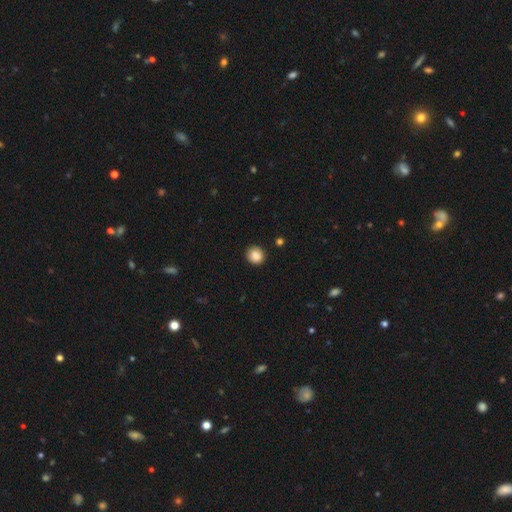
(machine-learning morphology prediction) smooth 87%, star or artifact 9%, featured or disk 4%. Down the decision tree: how rounded — round (88%); merging — none (91%).